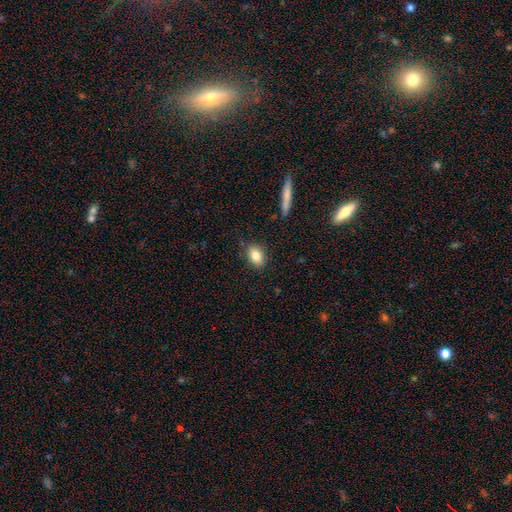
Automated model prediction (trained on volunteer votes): smooth 83%, star or artifact 8%, featured or disk 8%. Down the decision tree: how rounded — in between (77%); merging — none (85%).